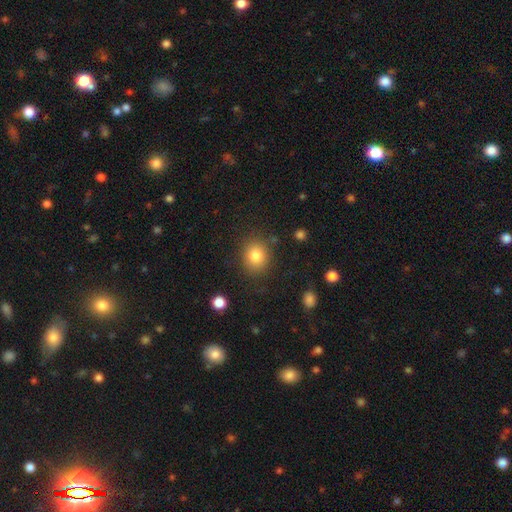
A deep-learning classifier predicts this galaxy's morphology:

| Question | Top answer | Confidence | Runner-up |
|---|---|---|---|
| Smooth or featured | smooth | 82% | star or artifact (10%) |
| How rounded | round | 68% | in between (31%) |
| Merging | none | 83% | minor disturbance (11%) |